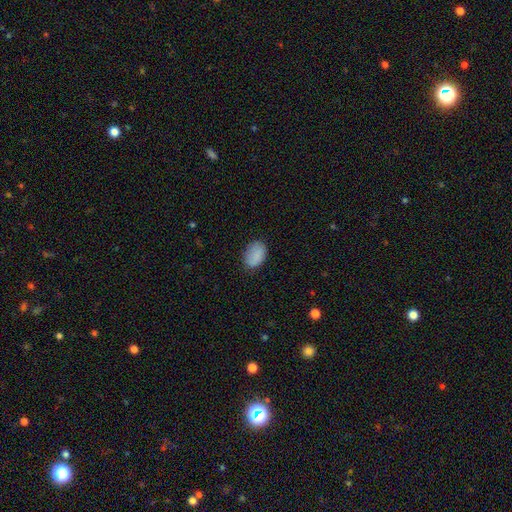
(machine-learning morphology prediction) Q: Smooth or featured?
A: smooth (86%); runner-up: star or artifact (8%)
Q: How rounded?
A: in between (86%); runner-up: round (13%)
Q: Merging?
A: none (76%); runner-up: minor disturbance (19%)